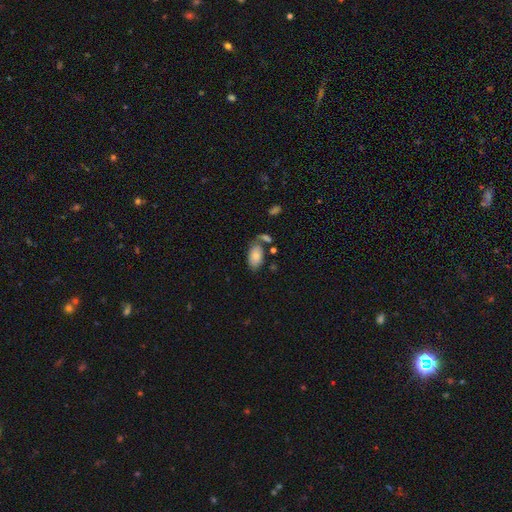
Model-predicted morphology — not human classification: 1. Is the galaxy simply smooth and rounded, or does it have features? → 80% smooth, 13% featured or disk, 7% star or artifact.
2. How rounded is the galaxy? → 94% in between, 5% round, 2% cigar-shaped.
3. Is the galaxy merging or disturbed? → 54% none, 19% minor disturbance, 19% merger, 9% major disturbance.